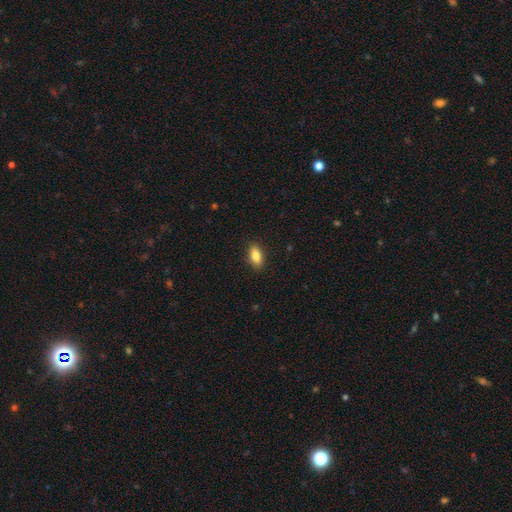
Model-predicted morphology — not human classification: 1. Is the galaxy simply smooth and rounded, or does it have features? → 85% smooth, 8% featured or disk, 7% star or artifact.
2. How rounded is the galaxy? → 87% in between, 9% cigar-shaped, 4% round.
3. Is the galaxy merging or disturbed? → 88% none, 9% minor disturbance, 2% major disturbance, 1% merger.